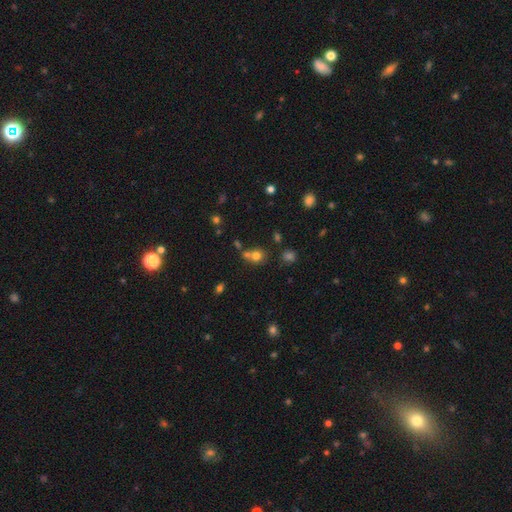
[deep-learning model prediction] Smooth or featured: smooth — 73% (star or artifact — 17%)
How rounded: round — 79% (in between — 20%)
Merging: none — 49% (merger — 38%)